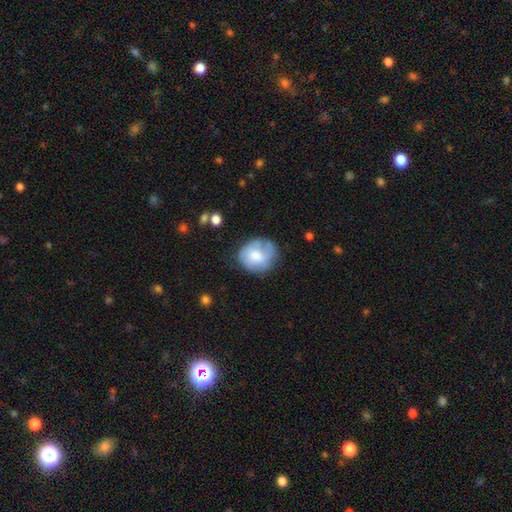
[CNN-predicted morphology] This is likely a smooth galaxy (62%). How rounded: likely round (74%). Merging: possibly none (58%).